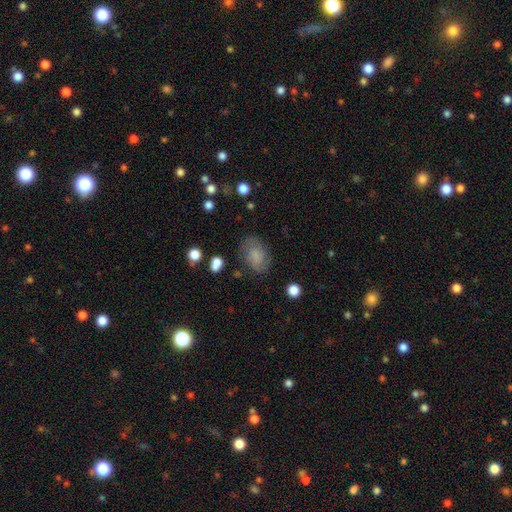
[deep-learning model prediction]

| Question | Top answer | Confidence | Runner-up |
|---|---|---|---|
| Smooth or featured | smooth | 64% | featured or disk (26%) |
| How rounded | in between | 81% | round (18%) |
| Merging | none | 73% | minor disturbance (18%) |